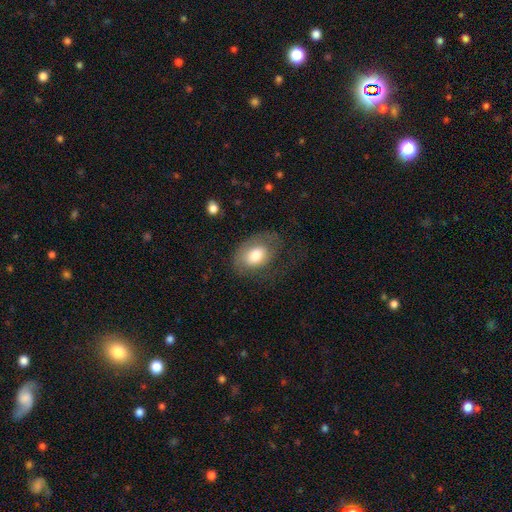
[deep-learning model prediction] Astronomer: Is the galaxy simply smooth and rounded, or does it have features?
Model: smooth — 67%.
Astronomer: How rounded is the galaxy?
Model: in between — 80%.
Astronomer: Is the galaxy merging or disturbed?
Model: none — 49% (runner-up: major disturbance, 26%).